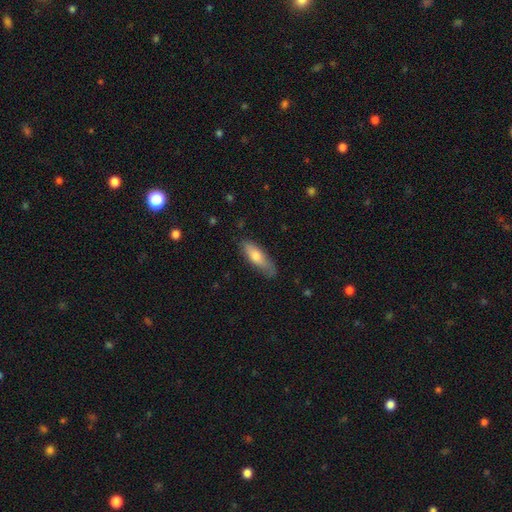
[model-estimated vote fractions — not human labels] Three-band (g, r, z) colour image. It shows a smooth galaxy with no disk features (72%) that is in between round and cigar-shaped (49%, tied with cigar-shaped). Merging: none (71%).